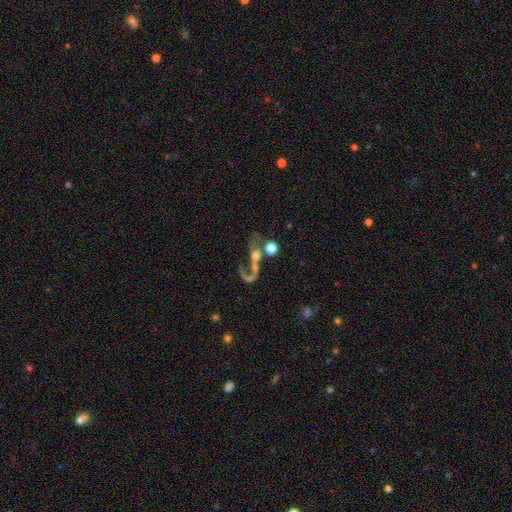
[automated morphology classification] A featured or disk galaxy (58%) with no bar (69%), spiral arms (59%) and a moderate central bulge (39%).

Vote fractions:
- Smooth or featured? featured or disk: 58% / smooth: 28% / star or artifact: 14%
- Edge-on disk? no: 93% / yes: 7%
- Bar? no: 69% / weak: 21% / strong: 10%
- Spiral arms? yes: 59% / no: 41%
- Bulge size? moderate: 39% / small: 28% / none: 15% / large: 14% / dominant: 4%
- Merging? merger: 38% / major disturbance: 28% / none: 24% / minor disturbance: 9%